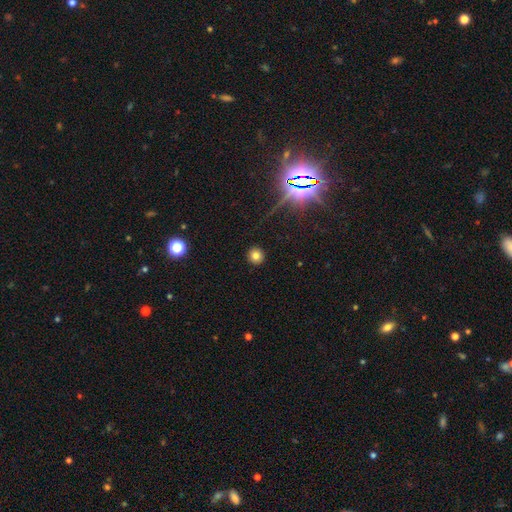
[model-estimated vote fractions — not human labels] Smooth or featured: smooth — 77% (star or artifact — 16%)
How rounded: round — 93% (in between — 6%)
Merging: none — 92% (minor disturbance — 5%)